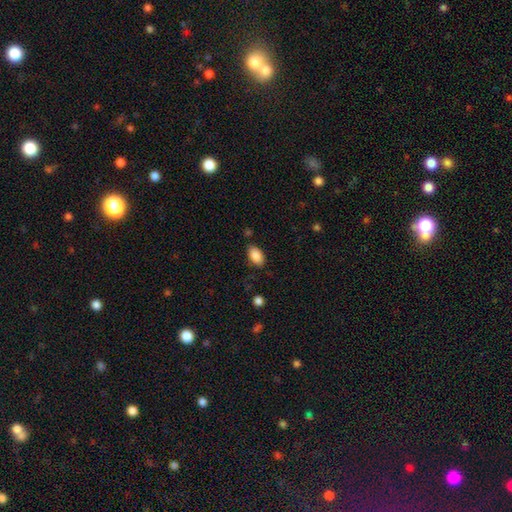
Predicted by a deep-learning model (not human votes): Smooth or featured: smooth — 88% (star or artifact — 7%)
How rounded: in between — 93% (round — 5%)
Merging: none — 81% (minor disturbance — 14%)